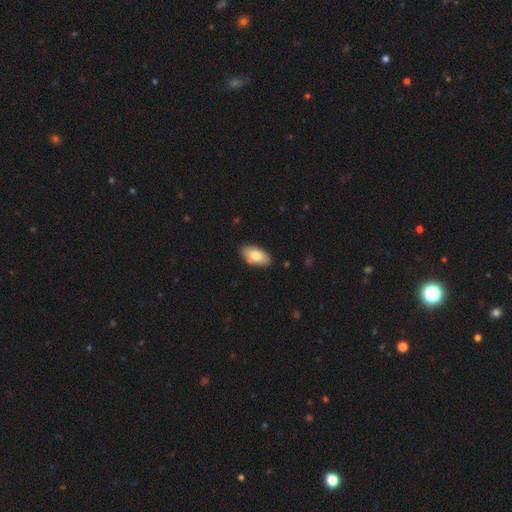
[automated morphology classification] This is likely a smooth galaxy (80%). How rounded: clearly in between (94%). Merging: clearly none (83%).